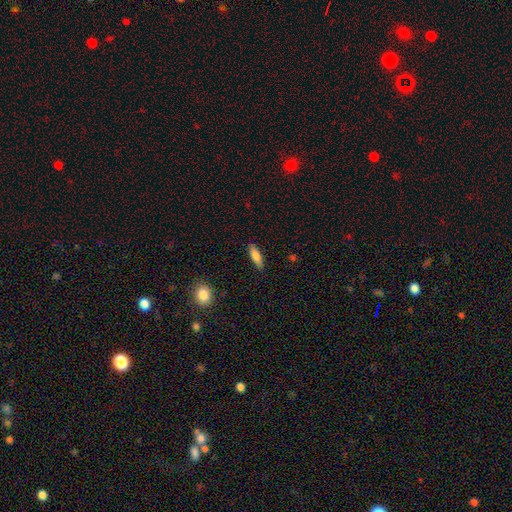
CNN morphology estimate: smooth-or-featured: smooth: 78% | featured or disk: 16% | star or artifact: 7%
  how-rounded: cigar-shaped: 55% | in between: 43% | round: 2%
  merging: none: 88% | minor disturbance: 9% | major disturbance: 2% | merger: 1%